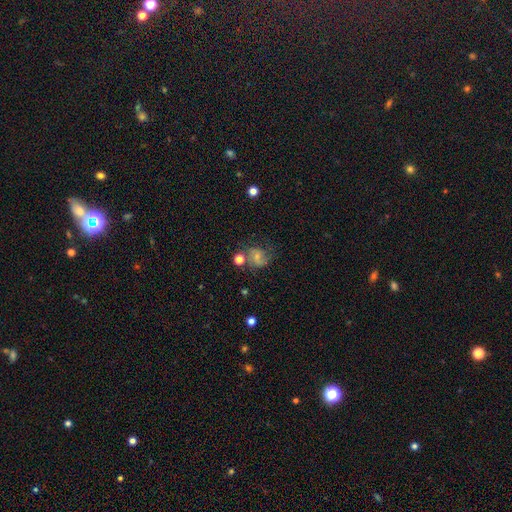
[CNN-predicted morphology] A smooth galaxy with no disk features (47%).

Vote fractions:
- Smooth or featured? smooth: 47% / featured or disk: 39% / star or artifact: 14%
- Merging? none: 52% / minor disturbance: 23% / major disturbance: 15% / merger: 10%